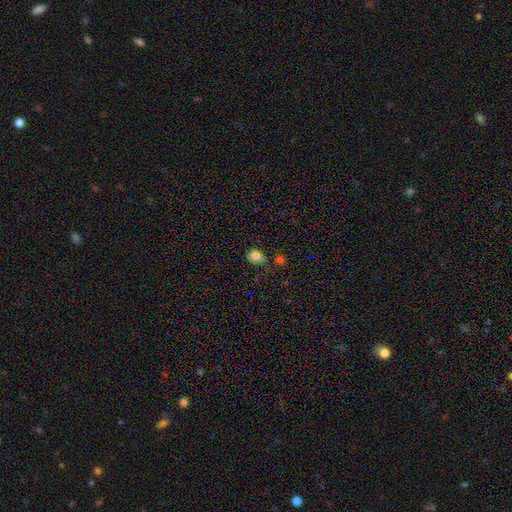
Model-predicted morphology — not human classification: smooth_or_featured: smooth (p=0.65) [alt: star or artifact p=0.21]
how_rounded: round (p=0.51) [alt: in between p=0.47]
merging: none (p=0.61) [alt: minor disturbance p=0.23]